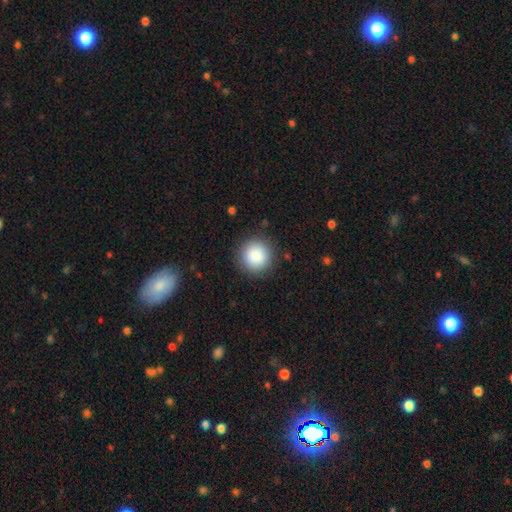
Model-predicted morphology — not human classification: Overall: smooth (87%). How rounded: round (94%). Merging: none (90%).